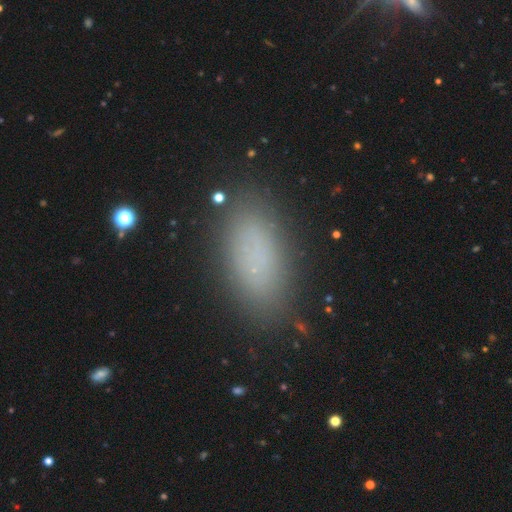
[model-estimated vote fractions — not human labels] Smooth or featured? smooth (80%)
How rounded? in between (85%)
Merging? none (85%)